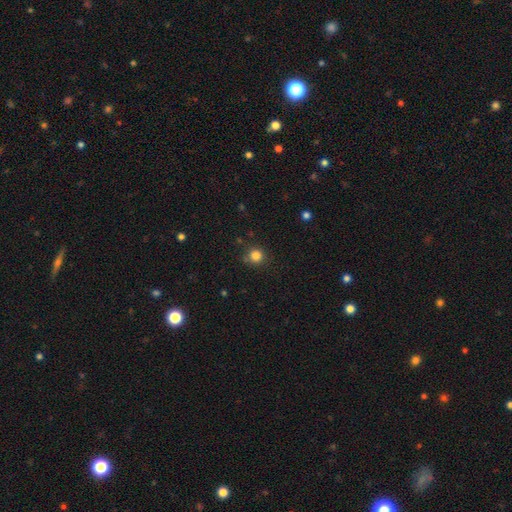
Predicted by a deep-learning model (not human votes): A smooth galaxy with no disk features (83%) that is round (92%). Merging: none (83%).